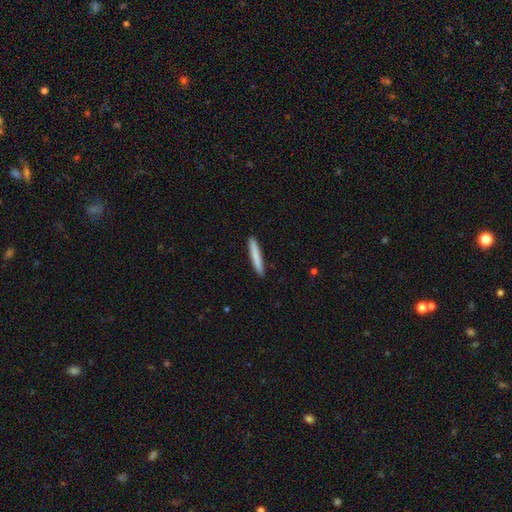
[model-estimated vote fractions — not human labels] A smooth galaxy with no disk features (82%) that is cigar-shaped (95%).

Vote fractions:
- Smooth or featured? smooth: 82% / featured or disk: 13% / star or artifact: 6%
- How rounded? cigar-shaped: 95% / in between: 4% / round: 1%
- Merging? none: 92% / minor disturbance: 6% / major disturbance: 1% / merger: 1%